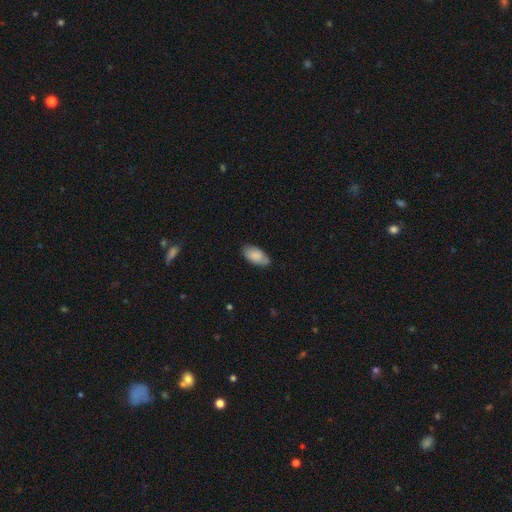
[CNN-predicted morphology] This is clearly a smooth galaxy (84%). How rounded: clearly in between (94%). Merging: likely none (75%).